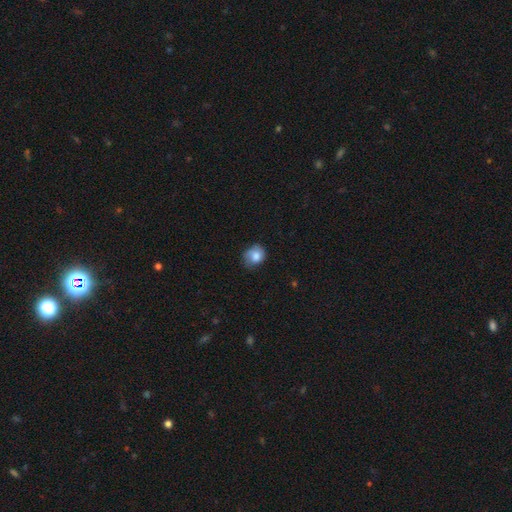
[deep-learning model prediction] smooth 77%, featured or disk 15%, star or artifact 8%. Down the decision tree: how rounded — round (64%); merging — none (57%).